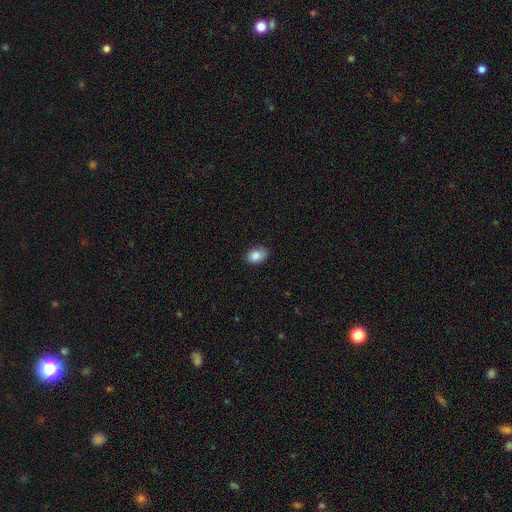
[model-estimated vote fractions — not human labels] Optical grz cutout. It shows a smooth galaxy with no disk features (85%) that is in between round and cigar-shaped (80%). Merging: none (76%).